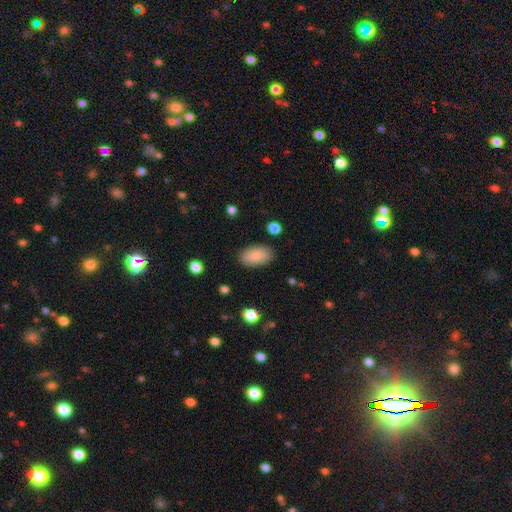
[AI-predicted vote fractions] A smooth galaxy with no disk features (88%) that is in between round and cigar-shaped (95%). Merging: none (86%).